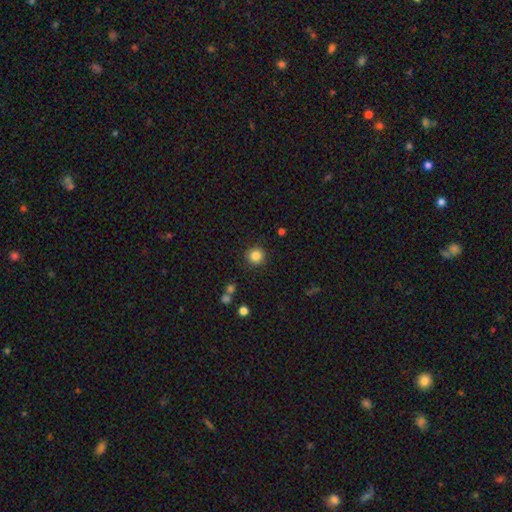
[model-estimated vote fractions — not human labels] smooth-or-featured: smooth: 84% | star or artifact: 11% | featured or disk: 5%
  how-rounded: round: 93% | in between: 6% | cigar-shaped: 1%
  merging: none: 90% | minor disturbance: 6% | major disturbance: 2% | merger: 2%